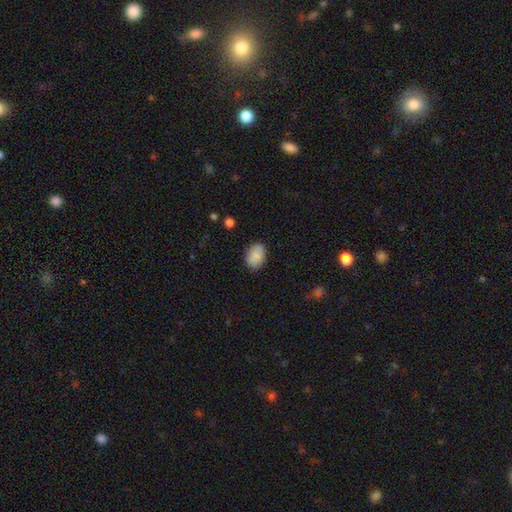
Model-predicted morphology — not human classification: Overall: smooth (86%). How rounded: in between (81%). Merging: none (84%).